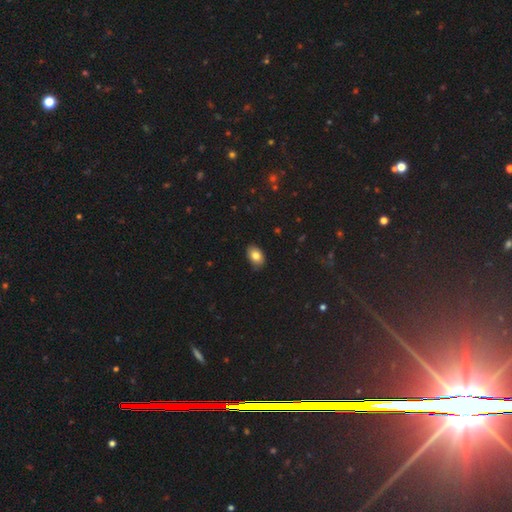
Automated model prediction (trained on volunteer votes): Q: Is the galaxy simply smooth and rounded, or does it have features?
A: smooth — 82%.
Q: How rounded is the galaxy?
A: in between — 85%.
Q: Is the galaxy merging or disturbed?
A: none — 84%.